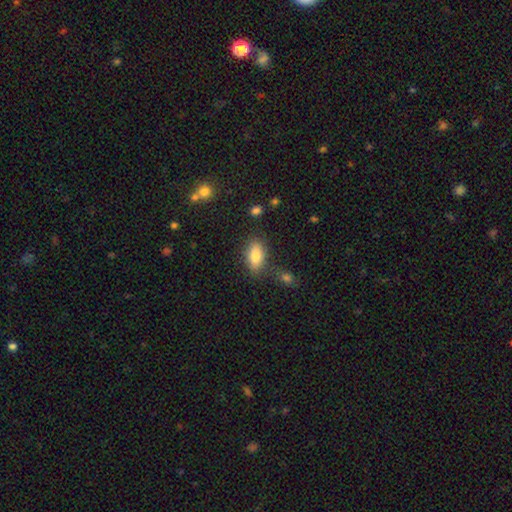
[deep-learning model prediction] Q: Smooth or featured?
A: smooth (81%); runner-up: featured or disk (11%)
Q: How rounded?
A: in between (87%); runner-up: cigar-shaped (8%)
Q: Merging?
A: none (76%); runner-up: minor disturbance (14%)